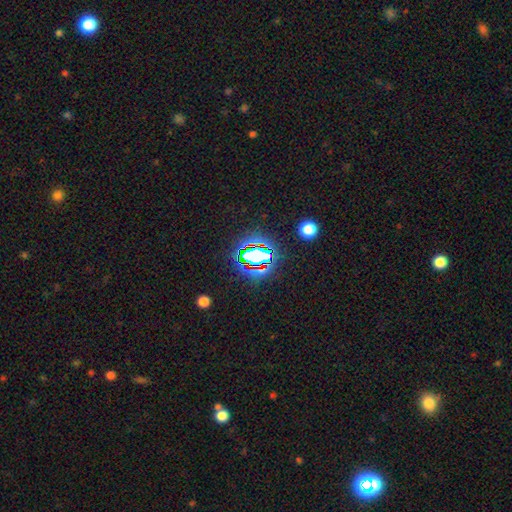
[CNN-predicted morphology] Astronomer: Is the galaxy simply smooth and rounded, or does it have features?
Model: star or artifact — 67%.